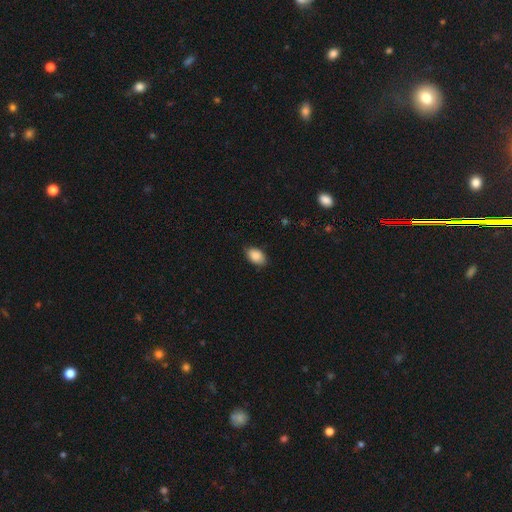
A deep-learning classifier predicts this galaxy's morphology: The model was most divided on "merging": none: 84%, minor disturbance: 13%, major disturbance: 2%, merger: 1%. More confident: how rounded — in between (91%); smooth or featured — smooth (88%).